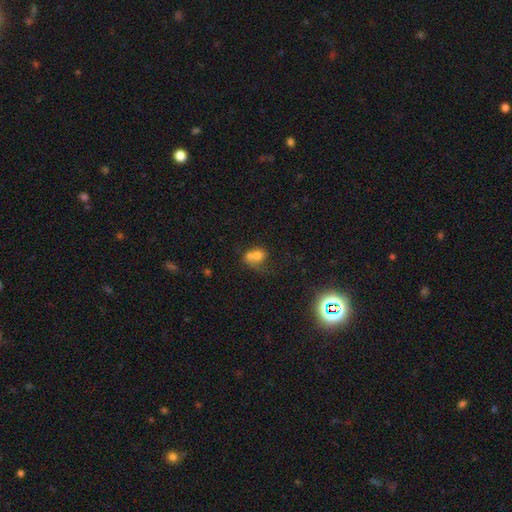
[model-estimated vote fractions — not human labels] Smooth or featured: smooth — 68% (featured or disk — 20%)
How rounded: round — 59% (in between — 40%)
Merging: merger — 61% (none — 21%)